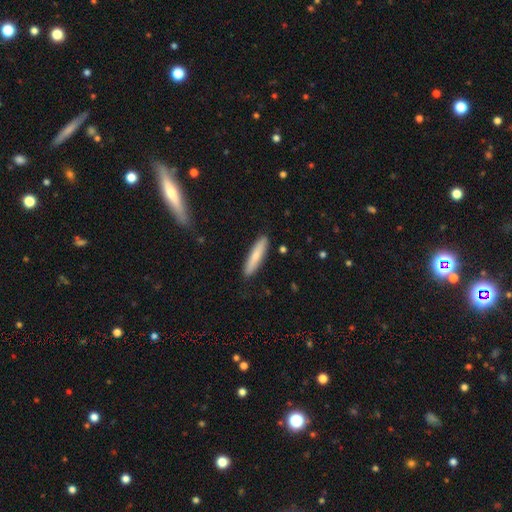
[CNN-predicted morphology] smooth_or_featured: smooth (p=0.73) [alt: featured or disk p=0.22]
how_rounded: cigar-shaped (p=0.87) [alt: in between p=0.12]
merging: none (p=0.88) [alt: minor disturbance p=0.09]